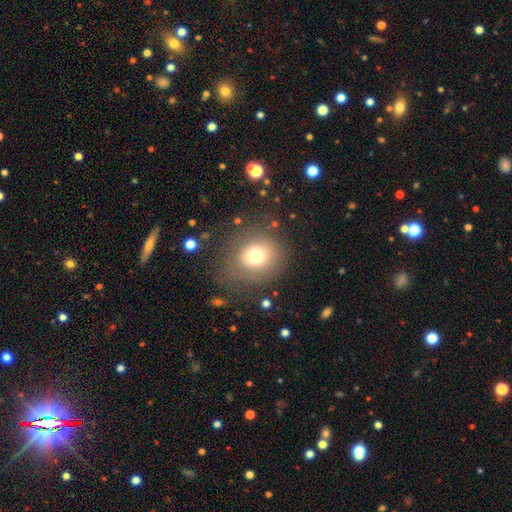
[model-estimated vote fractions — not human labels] Morphology: type=smooth (71%); roundness=round (86%); merging=none (73%).